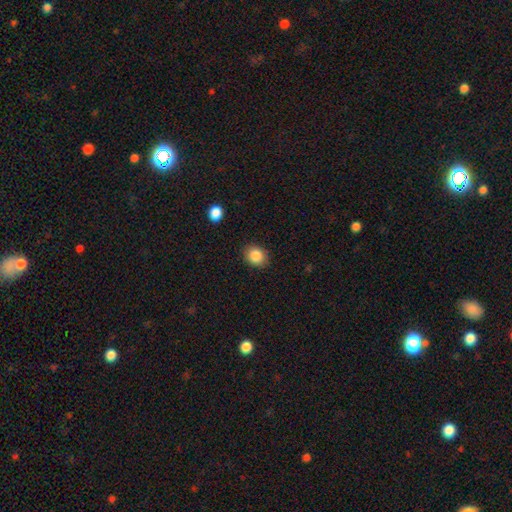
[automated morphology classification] Smooth or featured?
  - smooth: 86% *
  - star or artifact: 9%
  - featured or disk: 5%
How rounded?
  - round: 61% *
  - in between: 38%
  - cigar-shaped: 1%
Merging?
  - none: 87% *
  - minor disturbance: 9%
  - major disturbance: 2%
  - merger: 1%